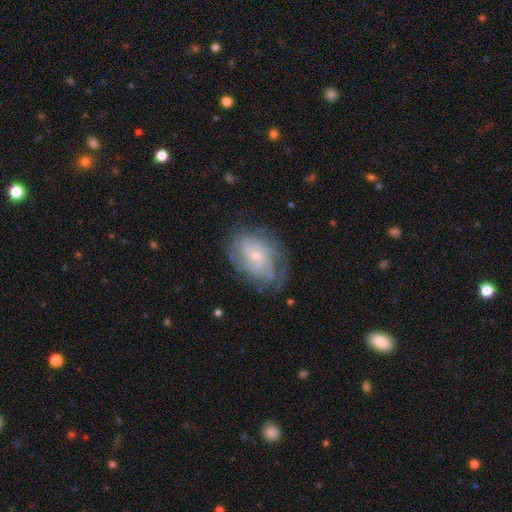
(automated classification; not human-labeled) Overall: featured or disk (78%). Edge-on disk: no (97%). Bar: no (56%; weak 38%). Spiral arms: yes (92%). Spiral arm count: can't tell (41%; 2 19%). Spiral winding: tight (55%; medium 34%). Bulge size: small (69%). Merging: none (68%).